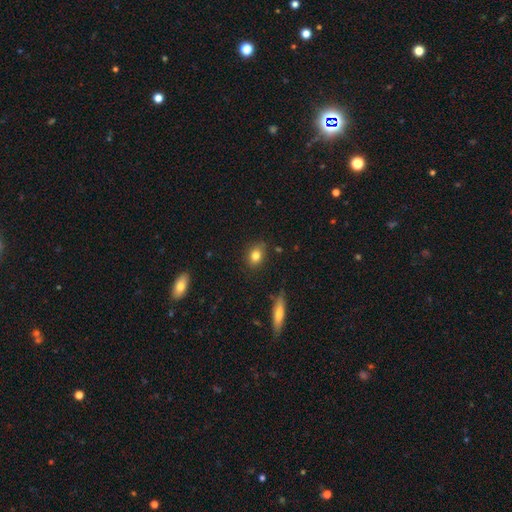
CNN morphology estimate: Smooth or featured? smooth (81%)
How rounded? in between (52%)
Merging? none (81%)